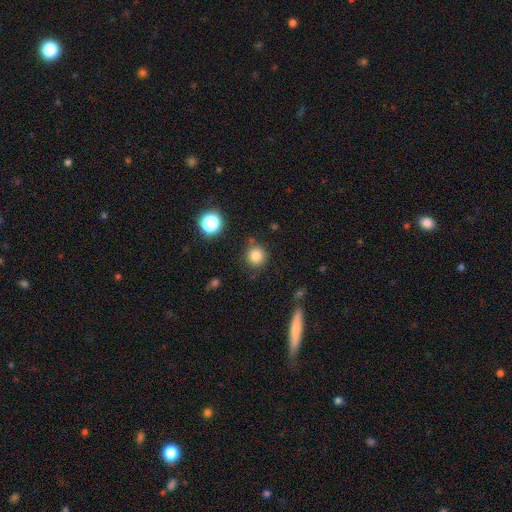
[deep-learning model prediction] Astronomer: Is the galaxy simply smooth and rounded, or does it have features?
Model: smooth — 82%.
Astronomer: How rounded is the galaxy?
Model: round — 92%.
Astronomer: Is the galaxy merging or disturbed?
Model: none — 84%.